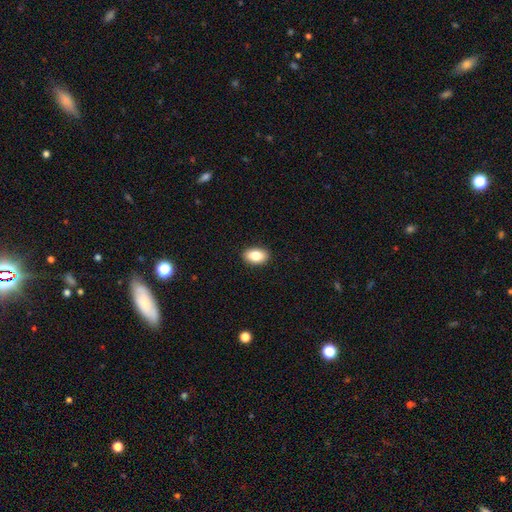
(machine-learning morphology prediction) Overall: smooth (83%). How rounded: in between (88%). Merging: none (90%).